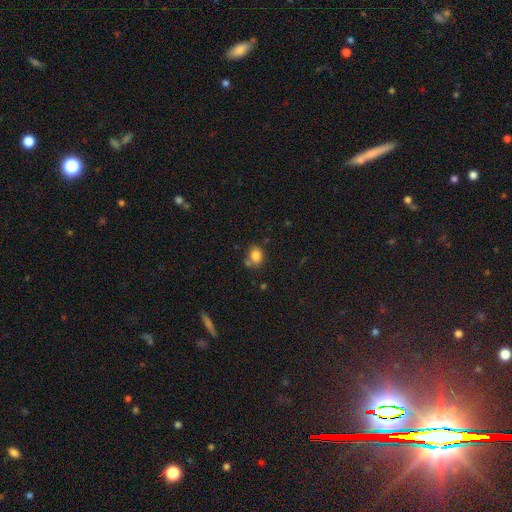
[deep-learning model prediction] smooth 82%, star or artifact 11%, featured or disk 7%. Down the decision tree: how rounded — in between (52%); merging — none (64%).